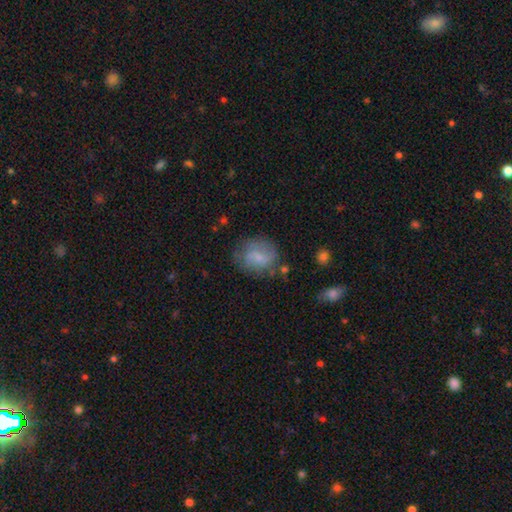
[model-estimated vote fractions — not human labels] Smooth or featured?
  - smooth: 58% *
  - featured or disk: 33%
  - star or artifact: 9%
How rounded?
  - round: 60% *
  - in between: 38%
  - cigar-shaped: 2%
Merging?
  - none: 67% *
  - minor disturbance: 21%
  - major disturbance: 9%
  - merger: 3%